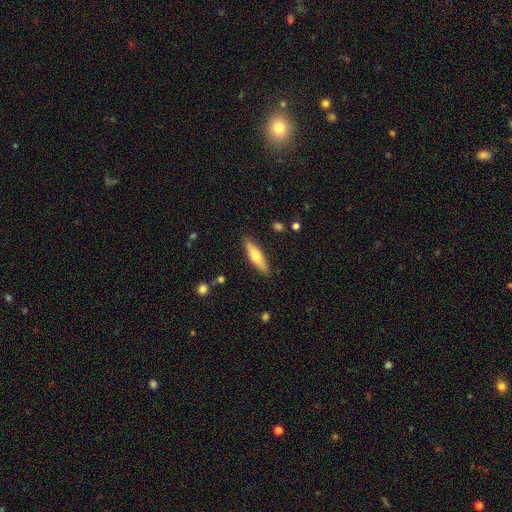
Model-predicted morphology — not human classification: smooth 59%, featured or disk 35%, star or artifact 6%. Down the decision tree: how rounded — cigar-shaped (68%); merging — none (87%).